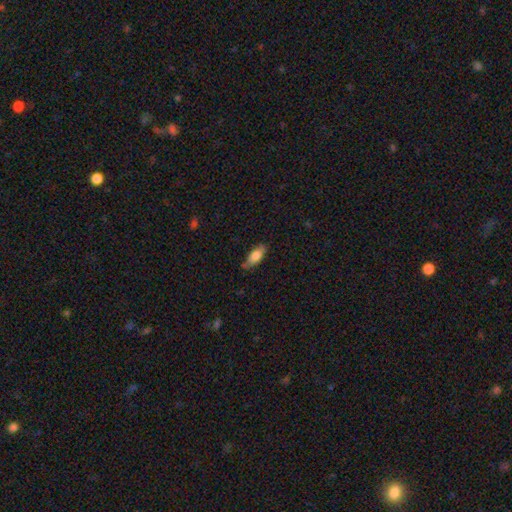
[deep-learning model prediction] Smooth or featured? Predicted: smooth (p=0.77). How rounded? Predicted: in between (p=0.74). Merging? Predicted: none (p=0.78).